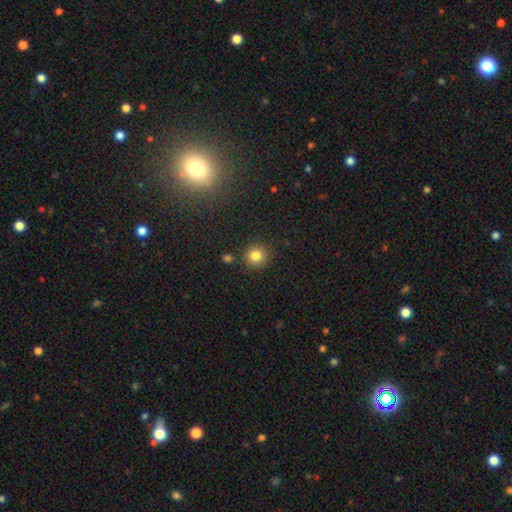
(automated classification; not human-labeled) Smooth or featured?
  - smooth: 83% *
  - star or artifact: 12%
  - featured or disk: 6%
How rounded?
  - round: 90% *
  - in between: 9%
  - cigar-shaped: 1%
Merging?
  - none: 86% *
  - minor disturbance: 8%
  - merger: 4%
  - major disturbance: 3%